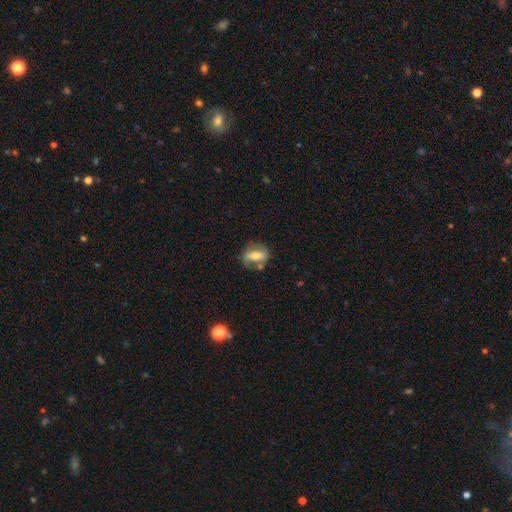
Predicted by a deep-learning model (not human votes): This appears to be a featured or disk galaxy (47%). Merging: none (63%).